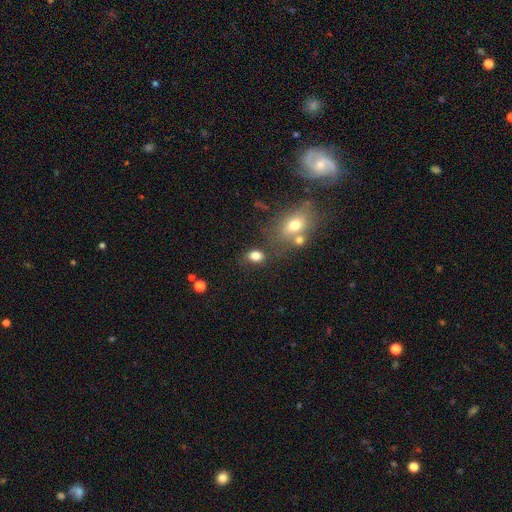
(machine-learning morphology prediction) smooth 82%, star or artifact 11%, featured or disk 7%. Down the decision tree: how rounded — in between (73%); merging — none (71%).